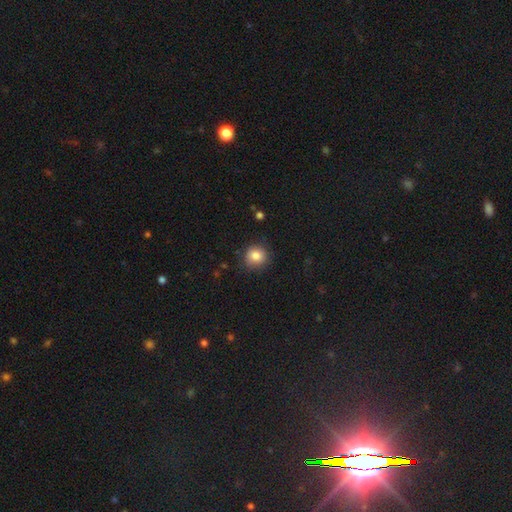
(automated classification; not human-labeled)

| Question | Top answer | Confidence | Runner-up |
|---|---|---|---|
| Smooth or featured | smooth | 82% | star or artifact (10%) |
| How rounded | round | 88% | in between (11%) |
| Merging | none | 82% | minor disturbance (14%) |